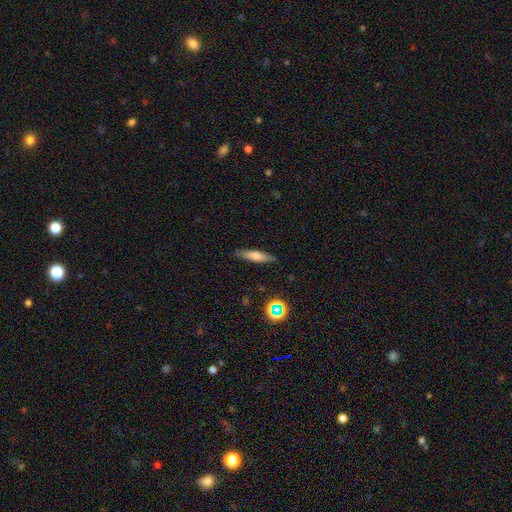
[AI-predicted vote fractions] This appears to be a smooth galaxy with no disk features (61%) that is cigar-shaped (80%). Merging: none (85%).